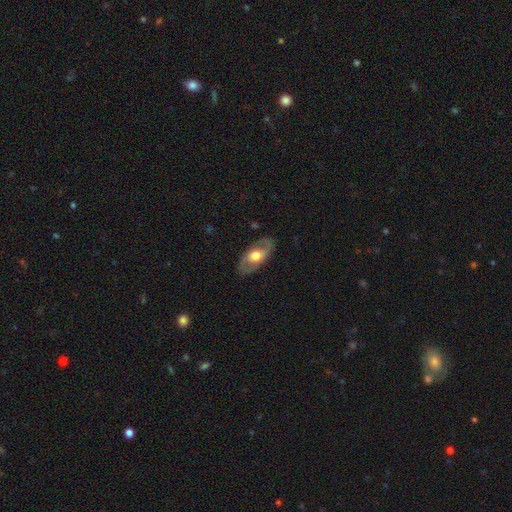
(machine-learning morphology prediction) A featured or disk galaxy (58%). Merging: none (83%).